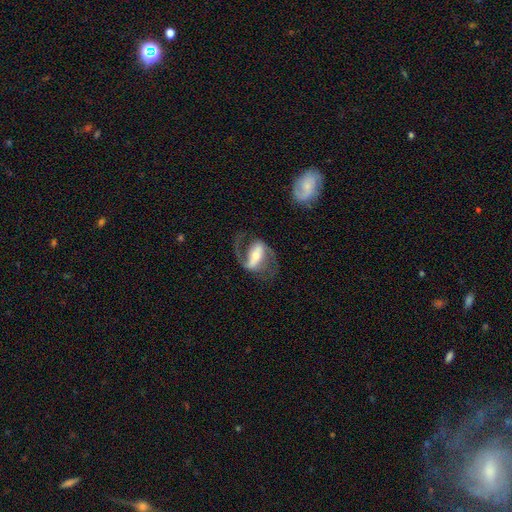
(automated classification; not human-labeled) Overall: featured or disk (84%). Edge-on disk: no (95%). Bar: strong (64%; weak 25%). Spiral arms: yes (92%). Spiral arm count: 2 (84%). Spiral winding: medium (49%; loose 37%). Bulge size: moderate (47%; small 36%). Merging: none (63%).